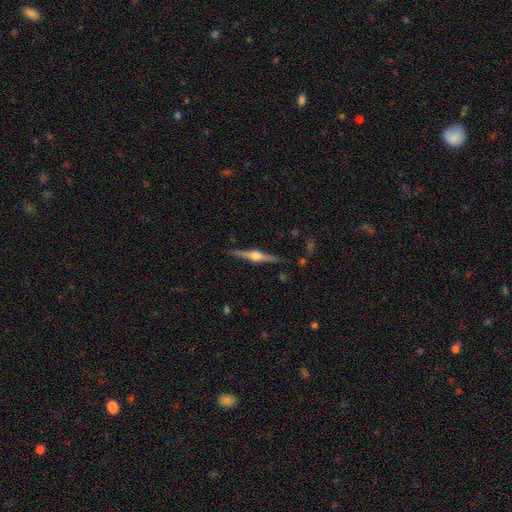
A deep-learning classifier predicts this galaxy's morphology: The model was most divided on "smooth or featured": featured or disk: 79%, smooth: 15%, star or artifact: 6%. More confident: edge-on disk — yes (98%); edge-on bulge — rounded (94%); merging — none (89%).